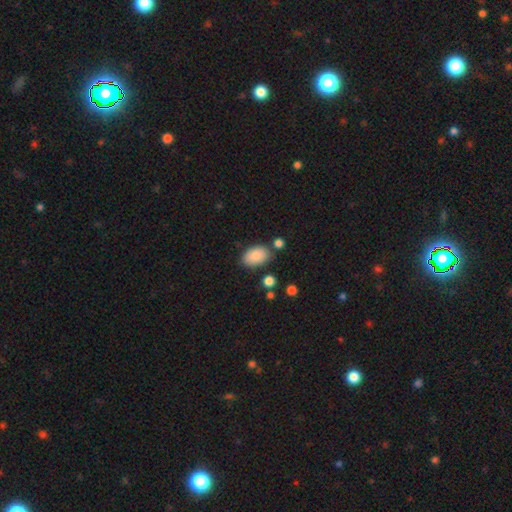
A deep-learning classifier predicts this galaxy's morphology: Smooth or featured? Predicted: smooth (p=0.87). How rounded? Predicted: in between (p=0.90). Merging? Predicted: none (p=0.73).